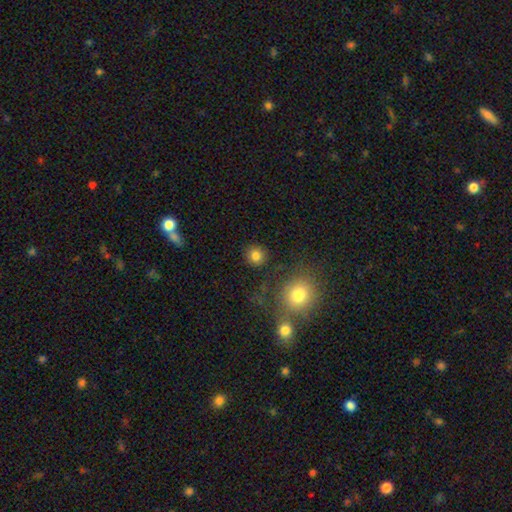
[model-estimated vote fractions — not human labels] This appears to be a smooth galaxy with no disk features (82%) that is round (92%). Merging: none (87%).